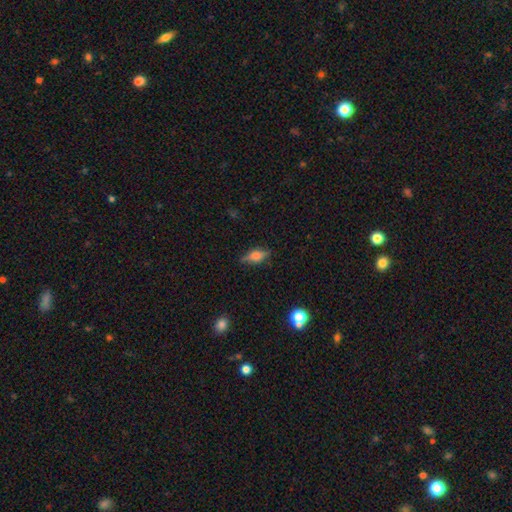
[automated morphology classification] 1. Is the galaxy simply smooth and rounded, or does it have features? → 57% smooth, 33% featured or disk, 10% star or artifact.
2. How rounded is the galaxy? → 71% in between, 23% cigar-shaped, 6% round.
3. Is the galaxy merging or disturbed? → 78% none, 16% minor disturbance, 4% major disturbance, 1% merger.